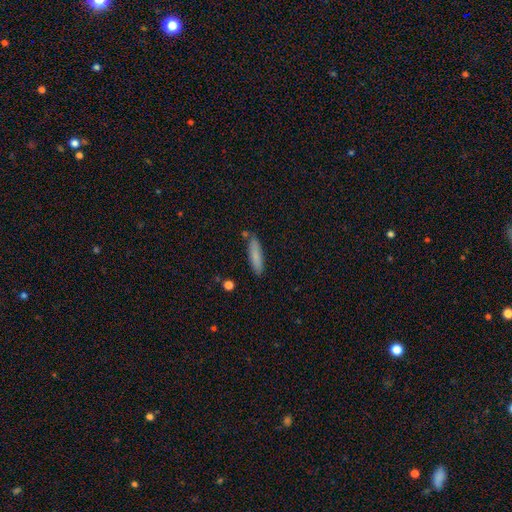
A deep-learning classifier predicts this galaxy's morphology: smooth-or-featured: smooth: 78% | featured or disk: 15% | star or artifact: 7%
  how-rounded: cigar-shaped: 76% | in between: 23% | round: 2%
  merging: none: 79% | minor disturbance: 14% | merger: 5% | major disturbance: 3%